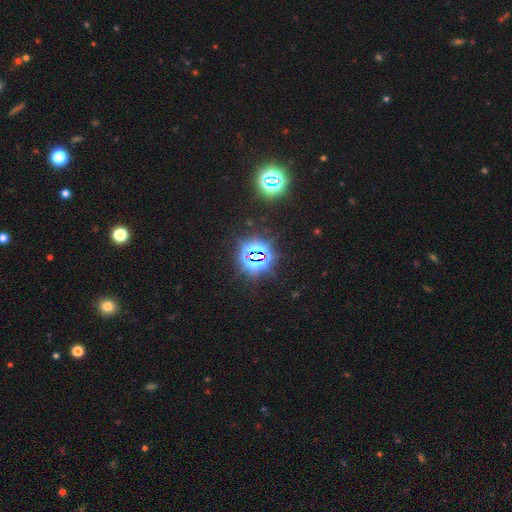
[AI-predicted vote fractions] A star or artifact, not a galaxy (82%).